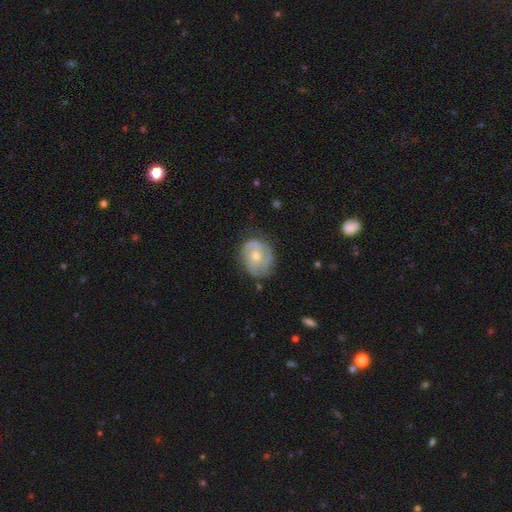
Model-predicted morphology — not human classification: Q: Smooth or featured?
A: featured or disk (66%); runner-up: smooth (28%)
Q: Edge-on disk?
A: no (97%); runner-up: yes (3%)
Q: Bar?
A: no (78%); runner-up: weak (19%)
Q: Spiral arms?
A: yes (75%); runner-up: no (25%)
Q: Bulge size?
A: moderate (57%); runner-up: small (38%)
Q: Merging?
A: none (60%); runner-up: minor disturbance (27%)